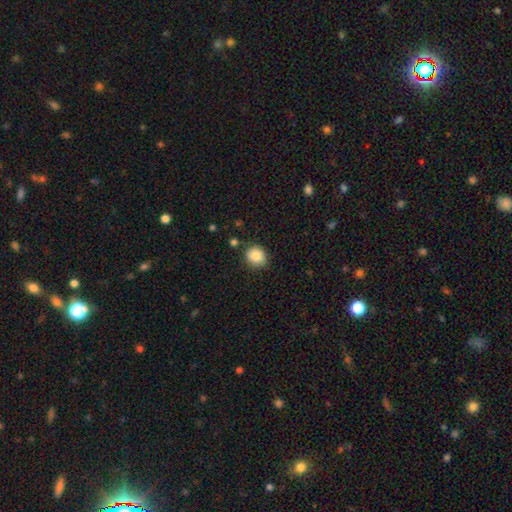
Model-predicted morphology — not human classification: This is clearly a smooth galaxy (85%). How rounded: likely round (70%). Merging: clearly none (83%).